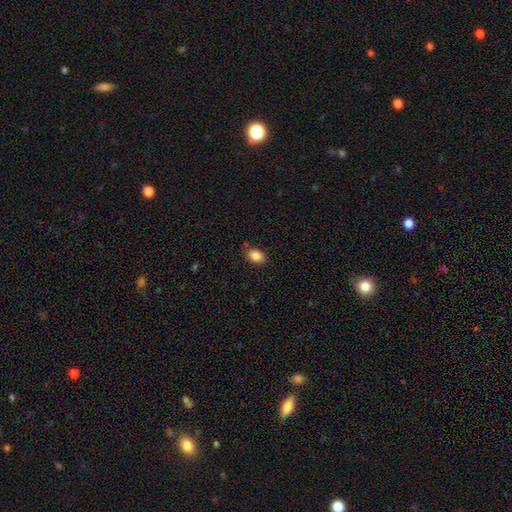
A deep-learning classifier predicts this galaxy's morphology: Smooth or featured?
  - smooth: 87% *
  - star or artifact: 8%
  - featured or disk: 4%
How rounded?
  - in between: 79% *
  - round: 20%
  - cigar-shaped: 1%
Merging?
  - none: 80% *
  - minor disturbance: 15%
  - major disturbance: 3%
  - merger: 3%